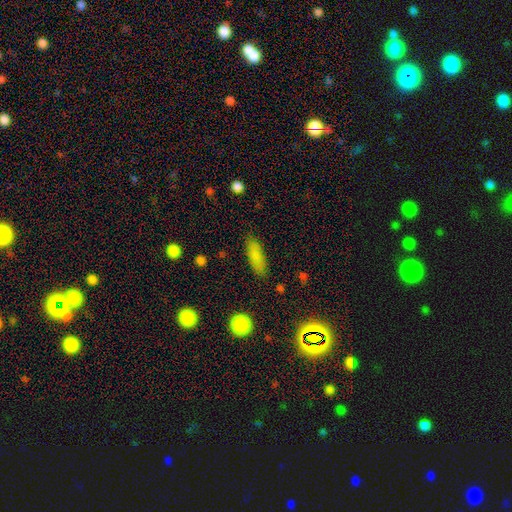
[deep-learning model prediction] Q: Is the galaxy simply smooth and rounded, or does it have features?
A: smooth — 81%.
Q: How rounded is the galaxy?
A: in between — 52%.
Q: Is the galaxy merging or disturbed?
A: none — 84%.